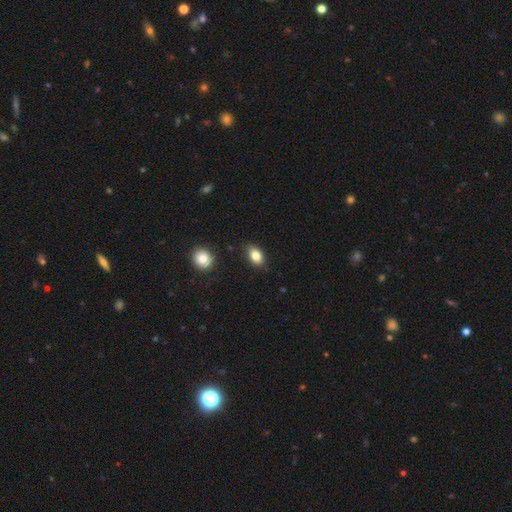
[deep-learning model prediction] smooth_or_featured: smooth (p=0.83) [alt: star or artifact p=0.09]
how_rounded: in between (p=0.86) [alt: round p=0.12]
merging: none (p=0.84) [alt: minor disturbance p=0.12]